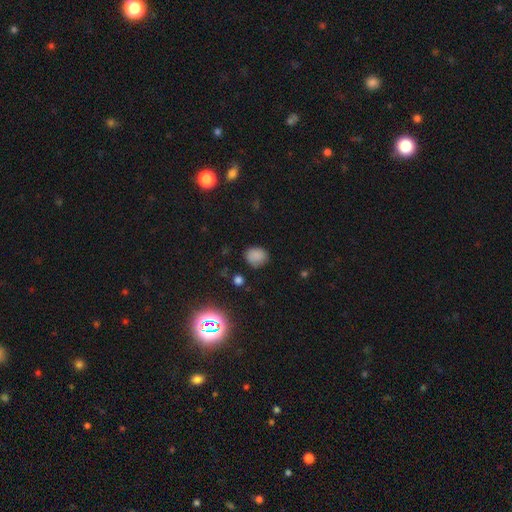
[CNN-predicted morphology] type=smooth (81%); roundness=round (61%); merging=none (78%).